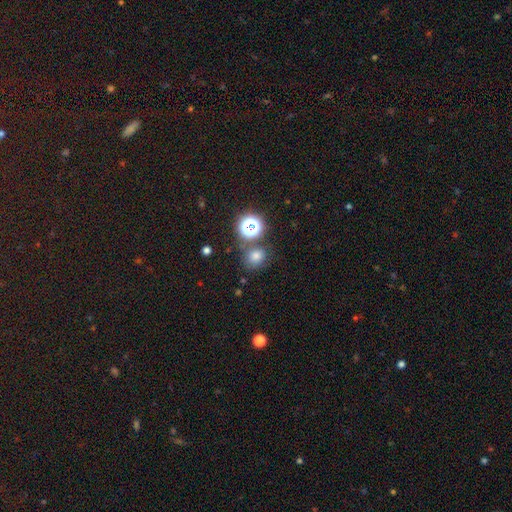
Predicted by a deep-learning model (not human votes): A smooth galaxy with no disk features (69%) that is round (70%).

Vote fractions:
- Smooth or featured? smooth: 69% / star or artifact: 24% / featured or disk: 7%
- How rounded? round: 70% / in between: 29% / cigar-shaped: 1%
- Merging? none: 72% / minor disturbance: 12% / merger: 11% / major disturbance: 5%